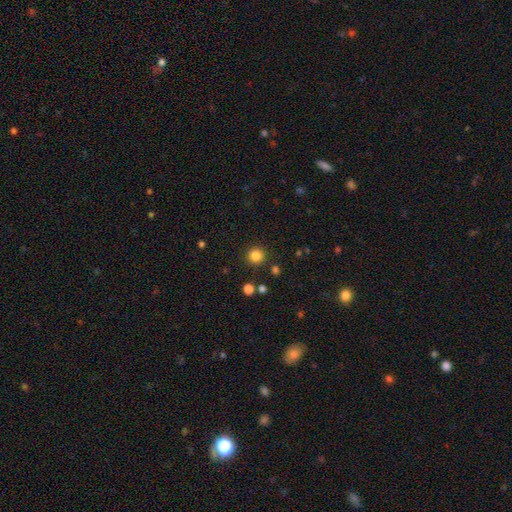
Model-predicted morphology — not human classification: Q: Smooth or featured?
A: smooth (83%); runner-up: star or artifact (13%)
Q: How rounded?
A: round (95%); runner-up: in between (4%)
Q: Merging?
A: none (90%); runner-up: minor disturbance (6%)